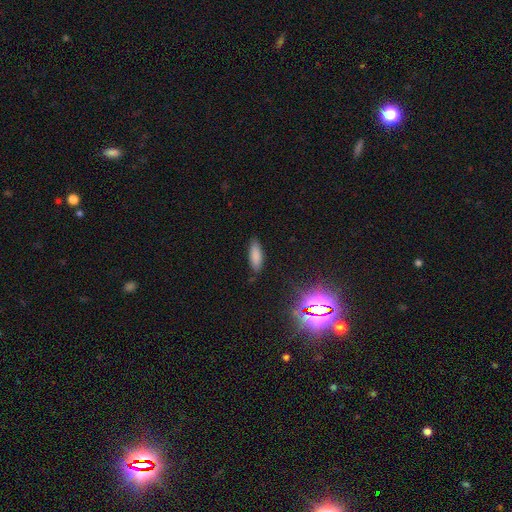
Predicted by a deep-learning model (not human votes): This is clearly a smooth galaxy (81%). How rounded: likely in between (64%). Merging: clearly none (83%).